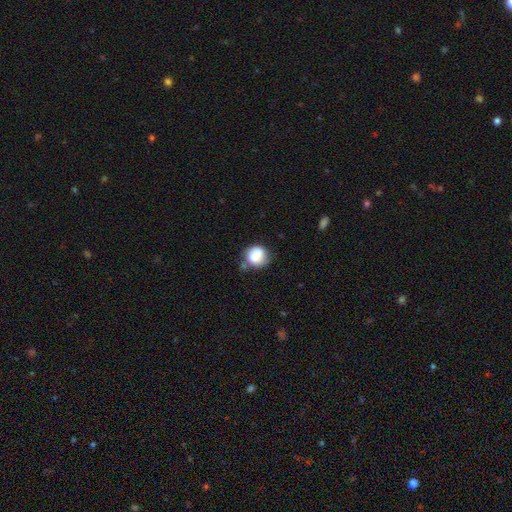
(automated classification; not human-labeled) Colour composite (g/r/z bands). It shows a smooth galaxy with no disk features (83%) that is round (88%). Merging: none (57%).